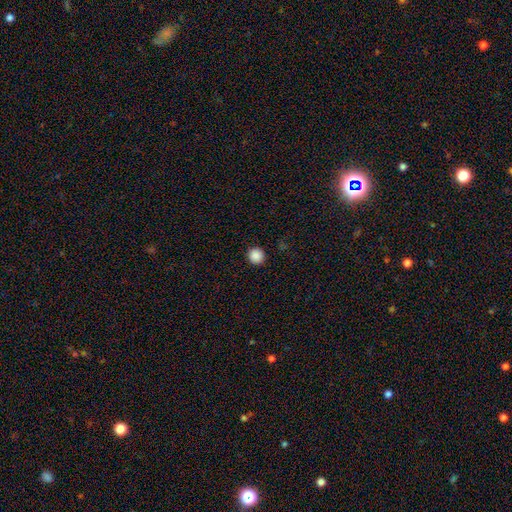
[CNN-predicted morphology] smooth_or_featured: smooth (p=0.88) [alt: star or artifact p=0.10]
how_rounded: round (p=0.95) [alt: in between p=0.04]
merging: none (p=0.93) [alt: minor disturbance p=0.04]